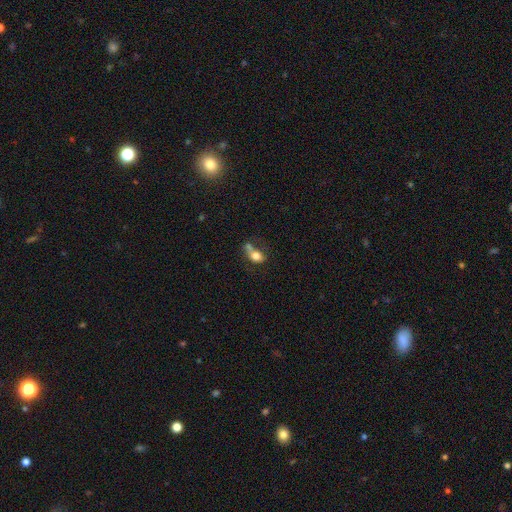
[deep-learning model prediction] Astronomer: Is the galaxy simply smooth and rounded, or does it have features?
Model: smooth — 73%.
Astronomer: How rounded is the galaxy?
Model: in between — 71%.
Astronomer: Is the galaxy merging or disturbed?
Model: merger — 38% (runner-up: none, 31%).